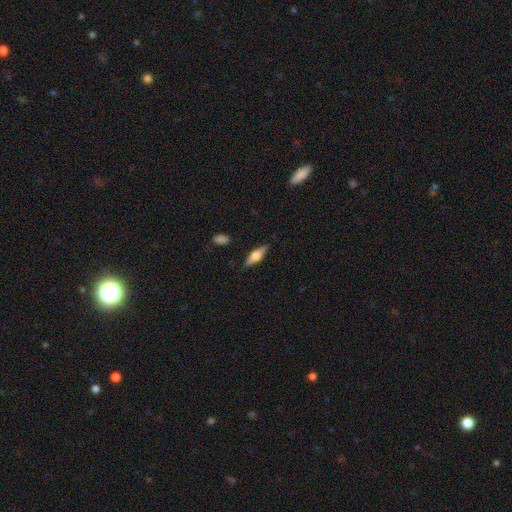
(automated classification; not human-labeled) smooth_or_featured: featured or disk (p=0.51) [alt: smooth p=0.42]
disk_edge_on: yes (p=0.94) [alt: no p=0.06]
merging: none (p=0.85) [alt: minor disturbance p=0.11]